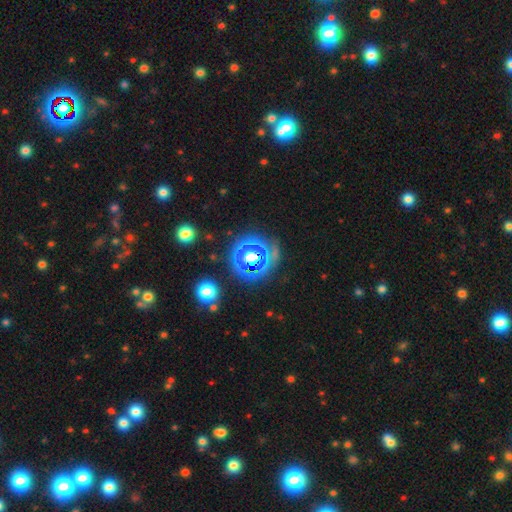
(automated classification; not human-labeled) star or artifact 70%, smooth 20%, featured or disk 10%.